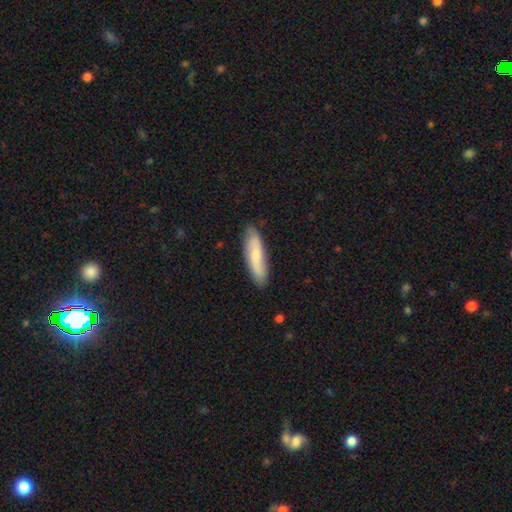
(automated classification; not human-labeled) A smooth galaxy with no disk features (67%) that is cigar-shaped (70%).

Vote fractions:
- Smooth or featured? smooth: 67% / featured or disk: 27% / star or artifact: 6%
- How rounded? cigar-shaped: 70% / in between: 28% / round: 2%
- Merging? none: 83% / minor disturbance: 13% / major disturbance: 2% / merger: 1%